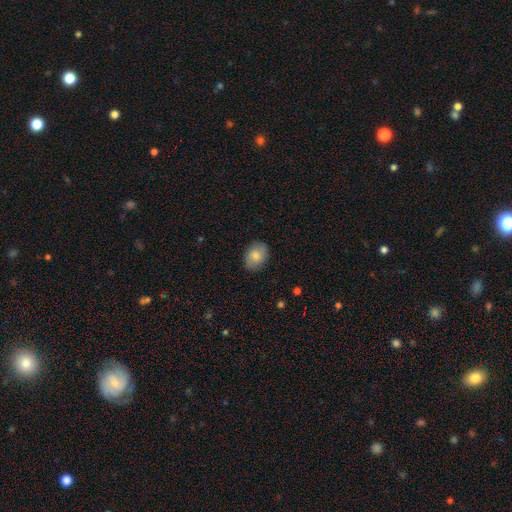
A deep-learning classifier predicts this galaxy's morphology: Smooth or featured? smooth (80%)
How rounded? in between (67%)
Merging? none (85%)